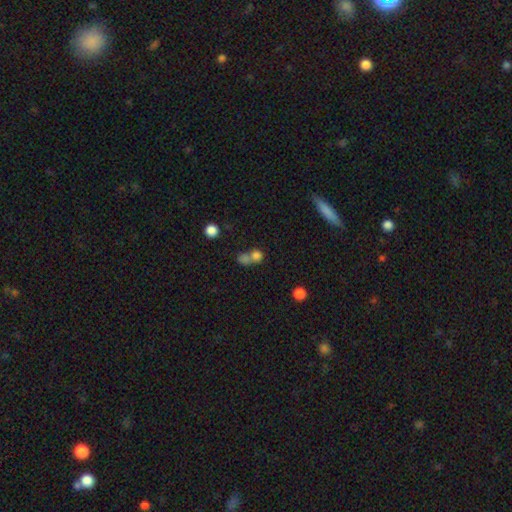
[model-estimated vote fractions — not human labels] A smooth galaxy with no disk features (57%) that is round (59%).

Vote fractions:
- Smooth or featured? smooth: 57% / star or artifact: 26% / featured or disk: 17%
- How rounded? round: 59% / in between: 30% / cigar-shaped: 11%
- Merging? none: 46% / merger: 41% / minor disturbance: 8% / major disturbance: 5%